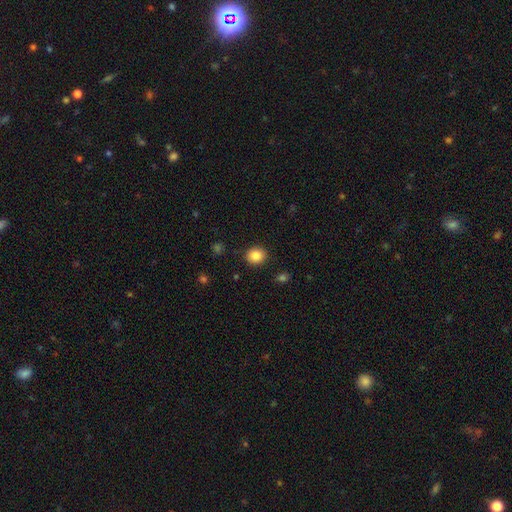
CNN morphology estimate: The model was most divided on "how rounded": round: 79%, in between: 20%, cigar-shaped: 1%. More confident: merging — none (90%); smooth or featured — smooth (87%).